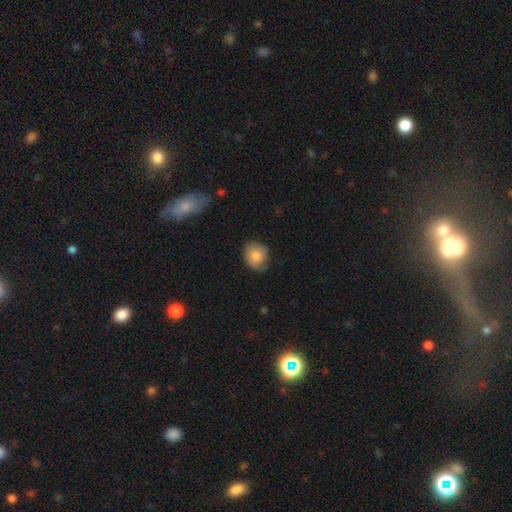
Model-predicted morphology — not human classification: smooth 77%, featured or disk 16%, star or artifact 7%. Down the decision tree: how rounded — round (66%); merging — none (64%).